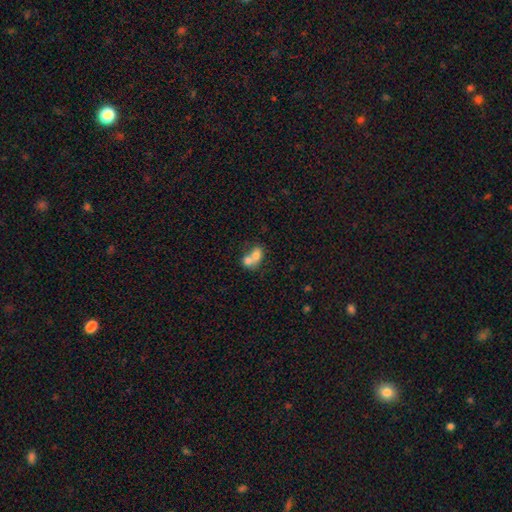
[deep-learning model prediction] Morphology: type=smooth (70%); roundness=in between (64%); merging=merger (74%).